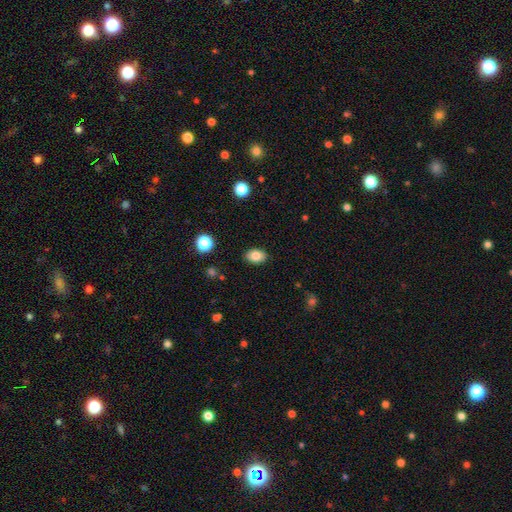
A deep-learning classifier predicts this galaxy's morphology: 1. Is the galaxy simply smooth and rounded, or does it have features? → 83% smooth, 9% star or artifact, 8% featured or disk.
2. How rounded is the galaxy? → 82% in between, 17% round, 1% cigar-shaped.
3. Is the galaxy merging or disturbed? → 87% none, 10% minor disturbance, 2% major disturbance, 1% merger.